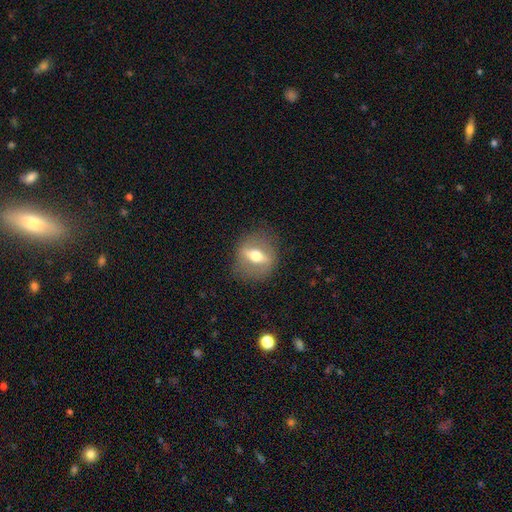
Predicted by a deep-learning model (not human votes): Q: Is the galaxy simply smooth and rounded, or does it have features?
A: featured or disk — 62%.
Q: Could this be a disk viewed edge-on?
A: no — 61%.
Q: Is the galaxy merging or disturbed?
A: none — 82%.